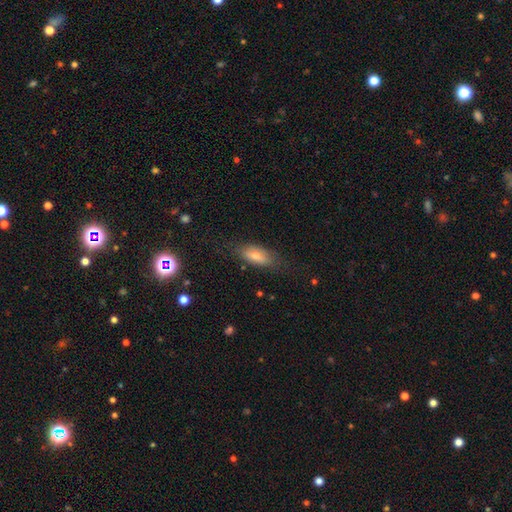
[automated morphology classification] This appears to be a smooth galaxy with no disk features (64%) that is in between round and cigar-shaped (72%). Merging: none (73%).